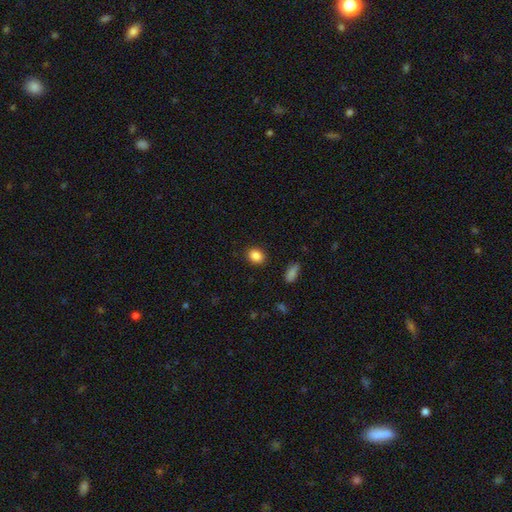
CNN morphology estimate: Smooth or featured? Predicted: smooth (p=0.86). How rounded? Predicted: in between (p=0.55). Merging? Predicted: none (p=0.88).